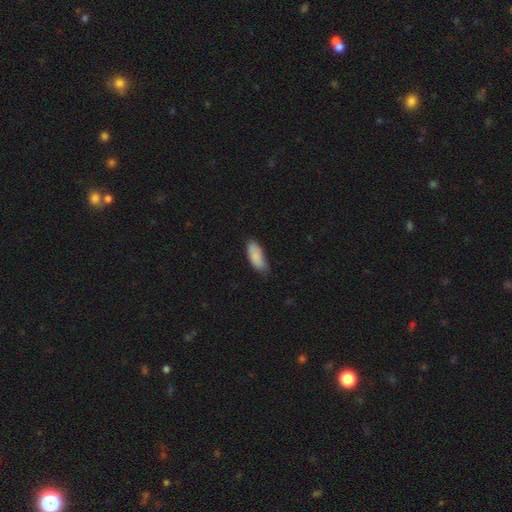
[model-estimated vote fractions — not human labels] Smooth or featured?
  - smooth: 85% *
  - featured or disk: 9%
  - star or artifact: 6%
How rounded?
  - in between: 82% *
  - cigar-shaped: 16%
  - round: 2%
Merging?
  - none: 64% *
  - minor disturbance: 30%
  - major disturbance: 4%
  - merger: 1%